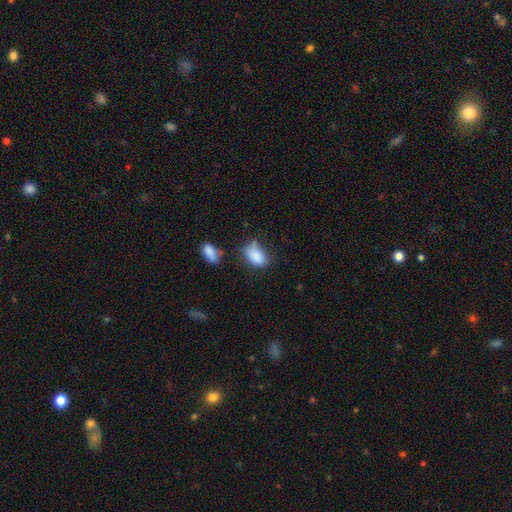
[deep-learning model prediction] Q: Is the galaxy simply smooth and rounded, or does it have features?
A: smooth — 85%.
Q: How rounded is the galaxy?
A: in between — 89%.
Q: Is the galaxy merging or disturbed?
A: none — 48%.